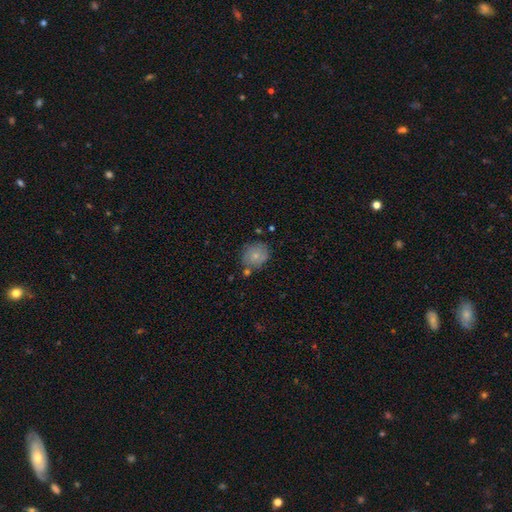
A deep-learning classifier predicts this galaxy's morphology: Smooth or featured: smooth — 75% (featured or disk — 16%)
How rounded: round — 75% (in between — 24%)
Merging: none — 70% (minor disturbance — 17%)